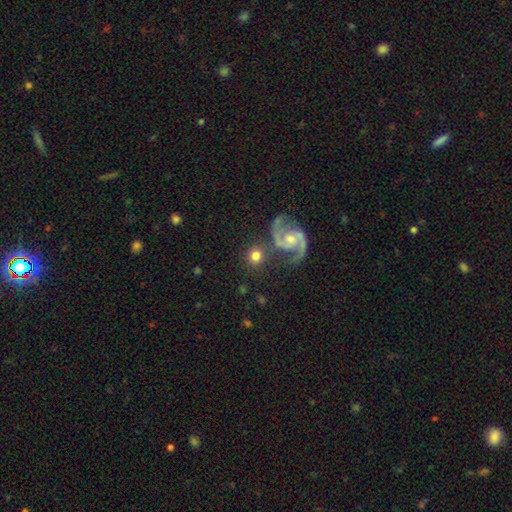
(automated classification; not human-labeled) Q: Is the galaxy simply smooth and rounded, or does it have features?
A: smooth — 61%.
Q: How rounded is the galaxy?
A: round — 89%.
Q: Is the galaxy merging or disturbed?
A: none — 78%.